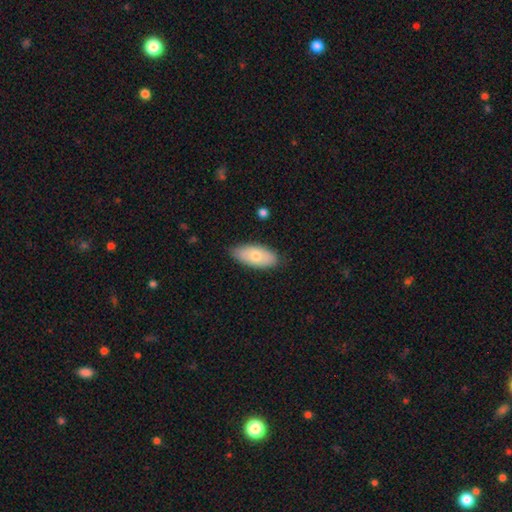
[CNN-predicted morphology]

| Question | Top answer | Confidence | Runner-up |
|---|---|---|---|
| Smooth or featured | smooth | 68% | featured or disk (26%) |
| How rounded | in between | 90% | cigar-shaped (7%) |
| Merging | none | 83% | minor disturbance (14%) |